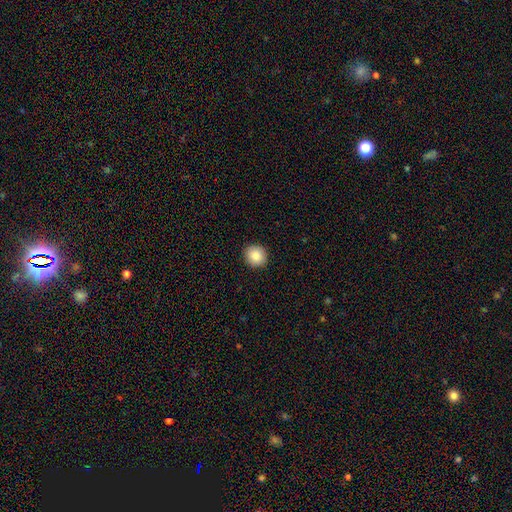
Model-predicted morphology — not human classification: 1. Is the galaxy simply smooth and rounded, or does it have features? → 86% smooth, 8% star or artifact, 6% featured or disk.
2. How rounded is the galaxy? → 91% round, 8% in between, 1% cigar-shaped.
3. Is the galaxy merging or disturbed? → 92% none, 5% minor disturbance, 2% major disturbance, 1% merger.